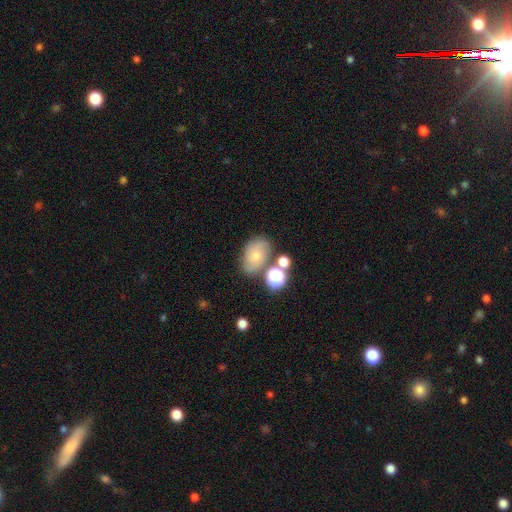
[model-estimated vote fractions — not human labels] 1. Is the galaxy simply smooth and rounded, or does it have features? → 49% smooth, 37% featured or disk, 14% star or artifact.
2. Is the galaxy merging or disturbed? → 59% none, 19% minor disturbance, 15% merger, 7% major disturbance.